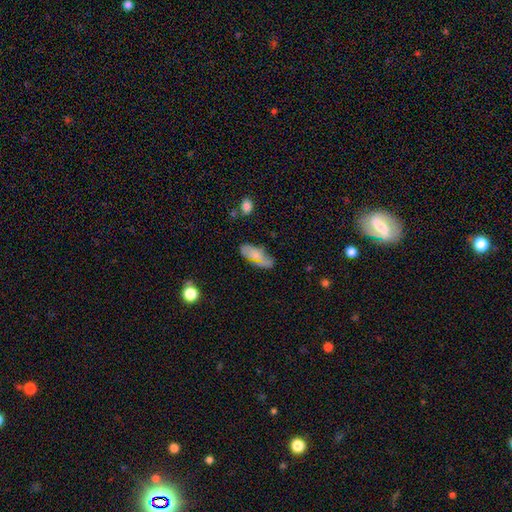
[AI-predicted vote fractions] This appears to be a smooth galaxy with no disk features (67%) that is in between round and cigar-shaped (81%). Merging: none (65%).